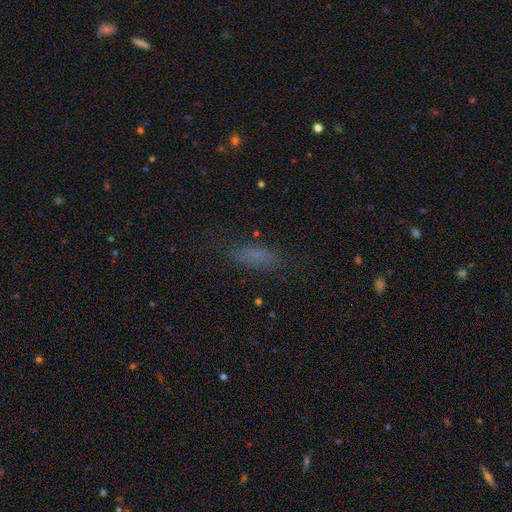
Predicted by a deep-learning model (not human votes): smooth 69%, star or artifact 17%, featured or disk 14%. Down the decision tree: how rounded — in between (59%); merging — none (70%).